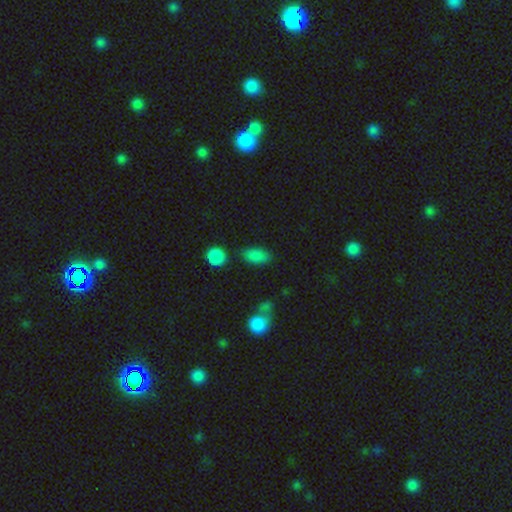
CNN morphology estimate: Smooth or featured: smooth — 86% (star or artifact — 9%)
How rounded: in between — 89% (round — 6%)
Merging: none — 75% (minor disturbance — 14%)